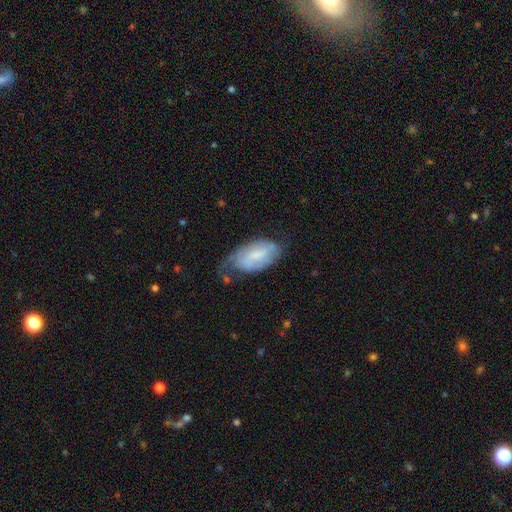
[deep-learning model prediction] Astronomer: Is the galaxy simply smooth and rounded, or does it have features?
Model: featured or disk — 47% (runner-up: smooth, 46%).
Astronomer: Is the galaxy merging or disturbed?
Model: none — 43% (runner-up: minor disturbance, 38%).